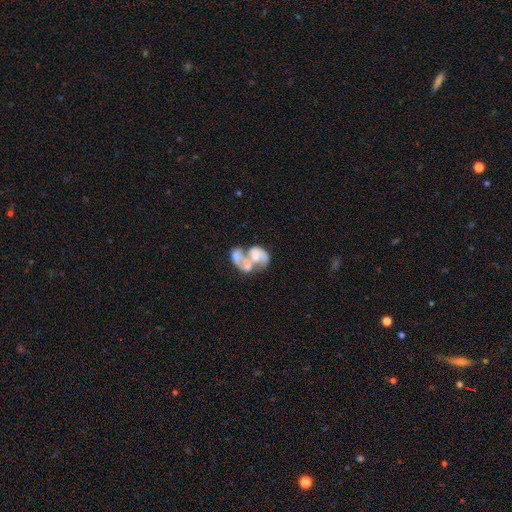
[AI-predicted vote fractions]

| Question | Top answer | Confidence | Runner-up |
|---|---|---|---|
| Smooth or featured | featured or disk | 61% | smooth (30%) |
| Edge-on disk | no | 98% | yes (2%) |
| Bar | no | 81% | weak (14%) |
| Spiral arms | no | 65% | yes (35%) |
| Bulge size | none | 39% | moderate (27%) |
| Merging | merger | 71% | major disturbance (14%) |